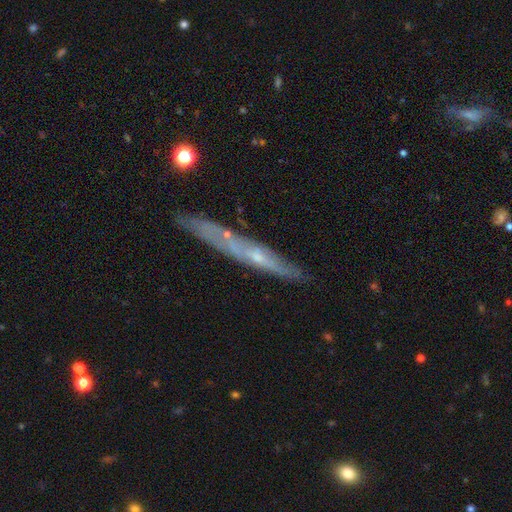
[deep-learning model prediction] This is likely a featured or disk galaxy (64%). It is clearly viewed edge-on (85%). Edge-on bulge: possibly none (59%). Merging: likely none (76%).